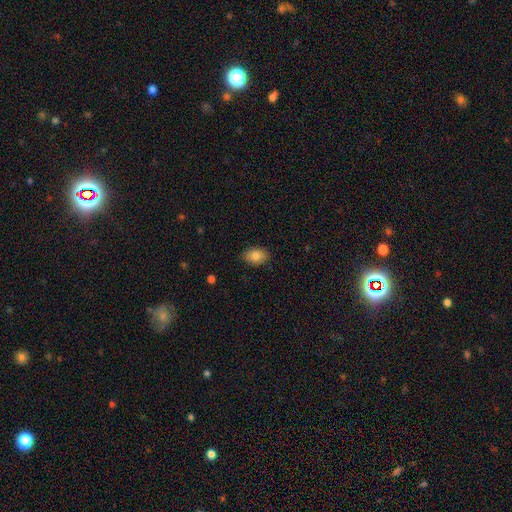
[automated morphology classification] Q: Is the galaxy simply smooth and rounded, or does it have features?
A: smooth — 83%.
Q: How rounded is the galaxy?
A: in between — 84%.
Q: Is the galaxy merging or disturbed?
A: none — 86%.